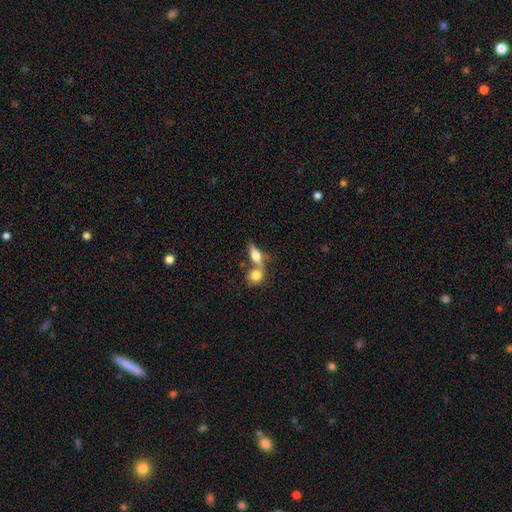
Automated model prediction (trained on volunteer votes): The model was most divided on "merging": merger: 55%, none: 32%, minor disturbance: 8%, major disturbance: 5%. More confident: how rounded — in between (69%); smooth or featured — smooth (67%).